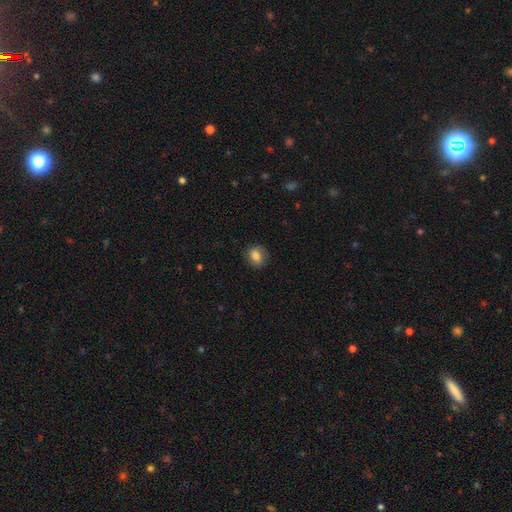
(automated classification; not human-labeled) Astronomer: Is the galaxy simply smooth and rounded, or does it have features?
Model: smooth — 82%.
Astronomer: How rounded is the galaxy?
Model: round — 57% (runner-up: in between, 42%).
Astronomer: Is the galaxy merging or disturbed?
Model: none — 85%.